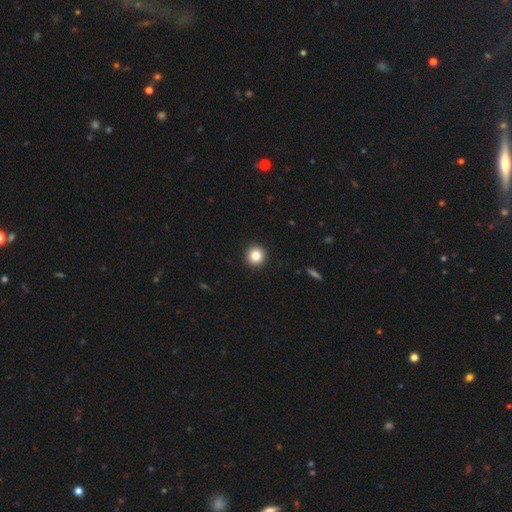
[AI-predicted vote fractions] A smooth galaxy with no disk features (86%) that is round (95%). Merging: none (93%).